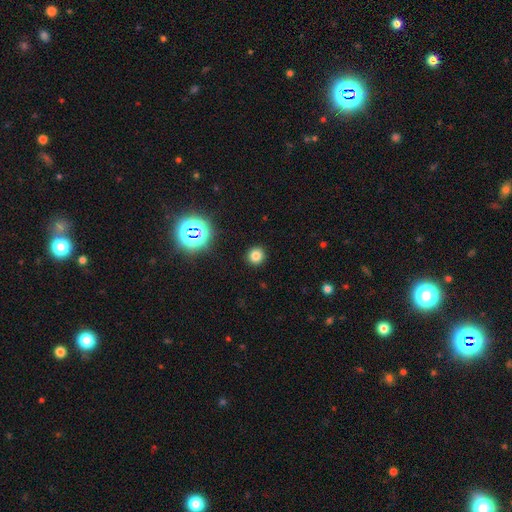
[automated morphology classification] smooth-or-featured: smooth: 76% | star or artifact: 19% | featured or disk: 6%
  how-rounded: round: 93% | in between: 6% | cigar-shaped: 1%
  merging: none: 92% | minor disturbance: 5% | major disturbance: 2% | merger: 1%